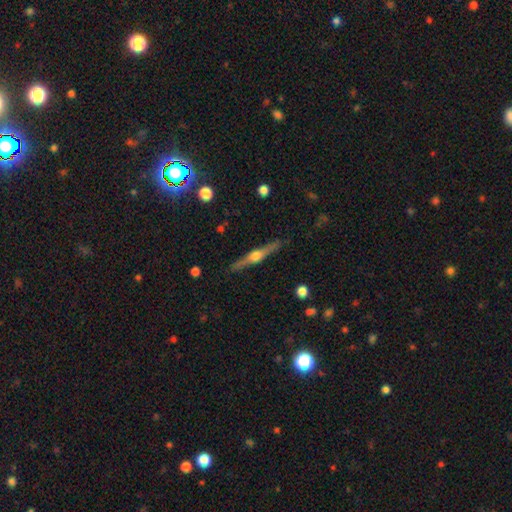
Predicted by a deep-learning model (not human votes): This is likely a featured or disk galaxy (79%). It is clearly viewed edge-on (98%). Edge-on bulge: clearly rounded (94%). Merging: clearly none (89%).